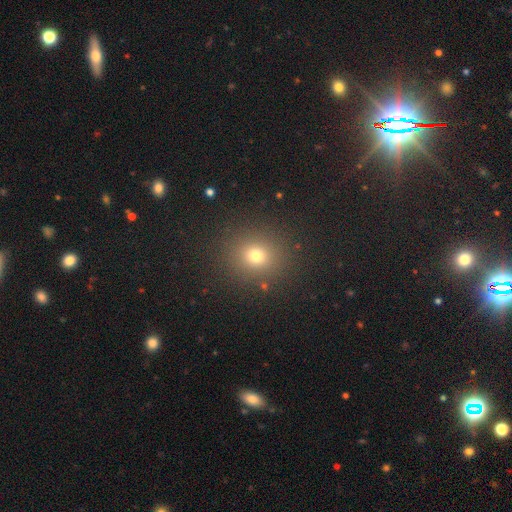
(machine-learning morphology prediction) Overall: smooth (72%). How rounded: round (82%). Merging: none (88%).